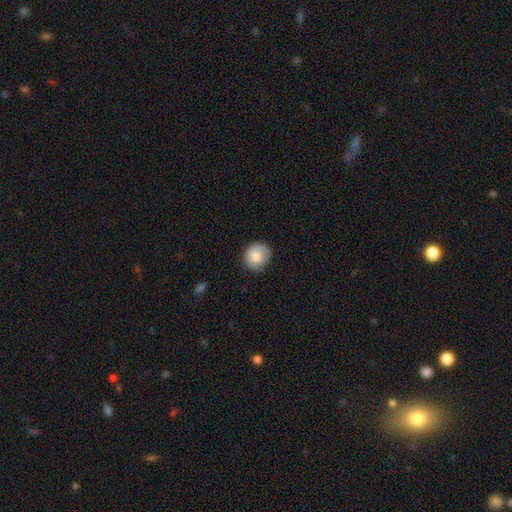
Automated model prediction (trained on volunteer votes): Smooth or featured: smooth — 84% (featured or disk — 9%)
How rounded: round — 81% (in between — 18%)
Merging: none — 79% (minor disturbance — 16%)